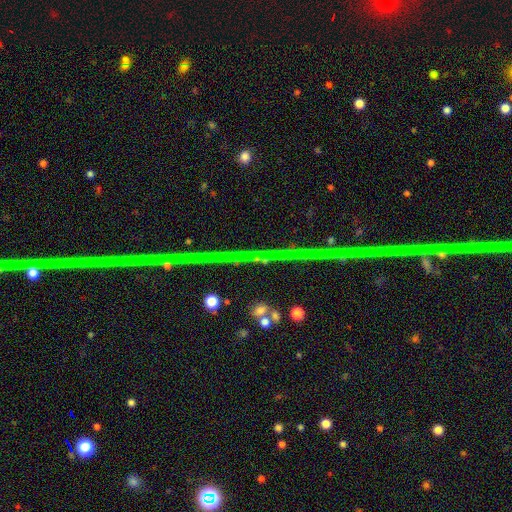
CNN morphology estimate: This appears to be a star or artifact, not a galaxy (68%).